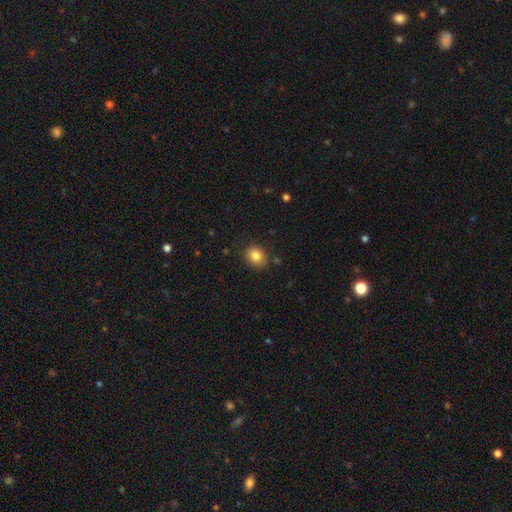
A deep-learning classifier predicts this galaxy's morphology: type=smooth (84%); roundness=round (66%); merging=none (82%).